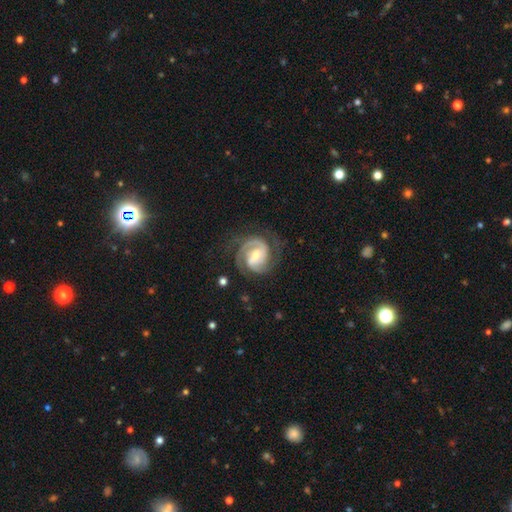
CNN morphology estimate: Smooth or featured: featured or disk — 90% (smooth — 6%)
Edge-on disk: no — 98% (yes — 2%)
Bar: weak — 49% (strong — 32%)
Spiral arms: yes — 98% (no — 2%)
Spiral winding: tight — 57% (medium — 37%)
Spiral arm count: 2 — 77% (3 — 12%)
Bulge size: moderate — 56% (small — 35%)
Merging: none — 73% (minor disturbance — 16%)